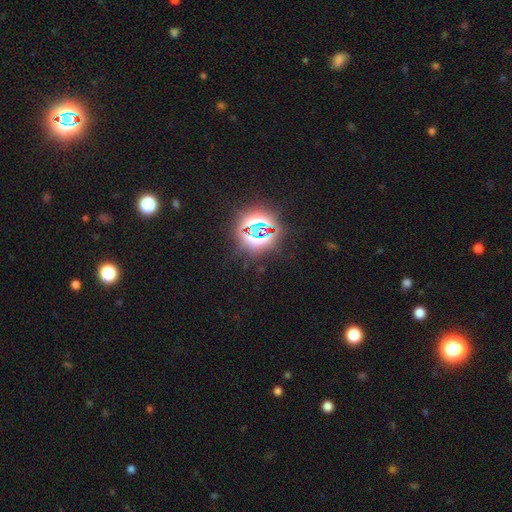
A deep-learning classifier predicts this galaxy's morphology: The model was most divided on "smooth or featured": star or artifact: 80%, smooth: 13%, featured or disk: 7%.